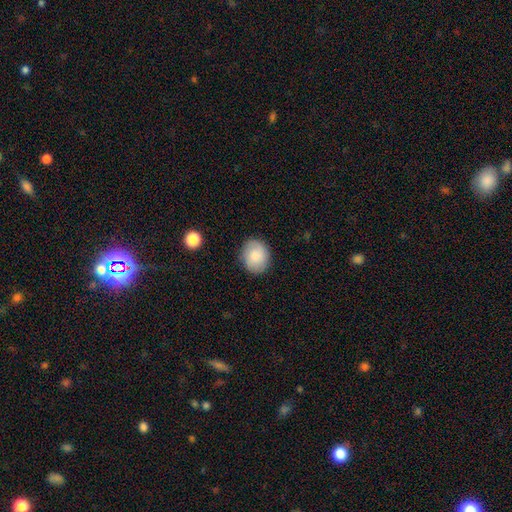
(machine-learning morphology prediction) smooth_or_featured: smooth (p=0.81) [alt: featured or disk p=0.12]
how_rounded: round (p=0.63) [alt: in between p=0.36]
merging: none (p=0.86) [alt: minor disturbance p=0.10]